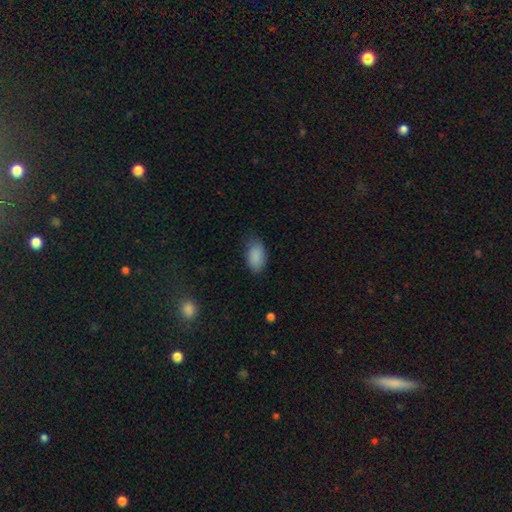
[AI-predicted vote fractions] Smooth or featured? smooth (88%)
How rounded? in between (93%)
Merging? none (69%)